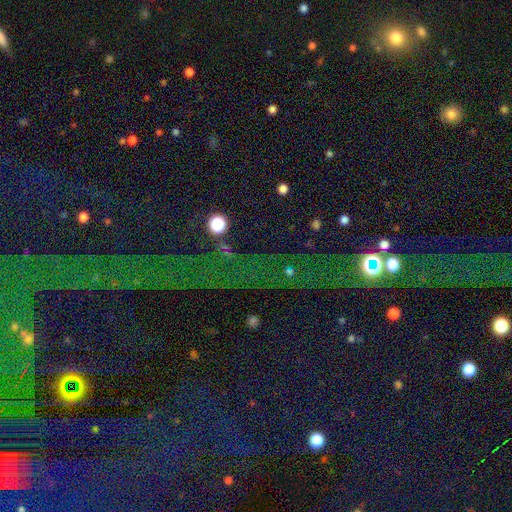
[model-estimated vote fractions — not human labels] The model was most divided on "smooth or featured": star or artifact: 77%, smooth: 14%, featured or disk: 9%.